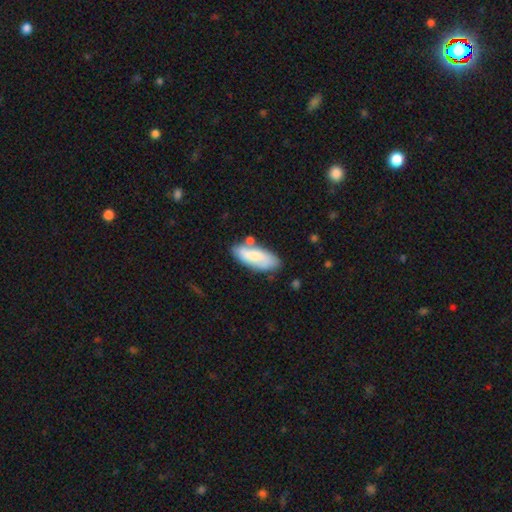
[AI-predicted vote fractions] Q: Smooth or featured?
A: smooth (67%); runner-up: featured or disk (28%)
Q: How rounded?
A: in between (77%); runner-up: cigar-shaped (21%)
Q: Merging?
A: none (66%); runner-up: minor disturbance (18%)